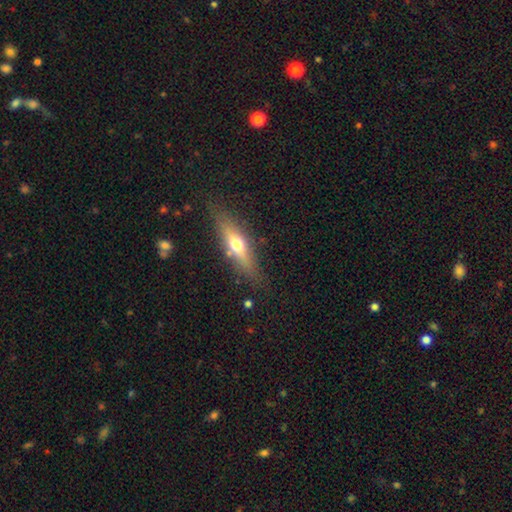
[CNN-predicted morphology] The model was most divided on "smooth or featured": featured or disk: 55%, smooth: 38%, star or artifact: 7%. More confident: edge-on disk — yes (89%); merging — none (84%).